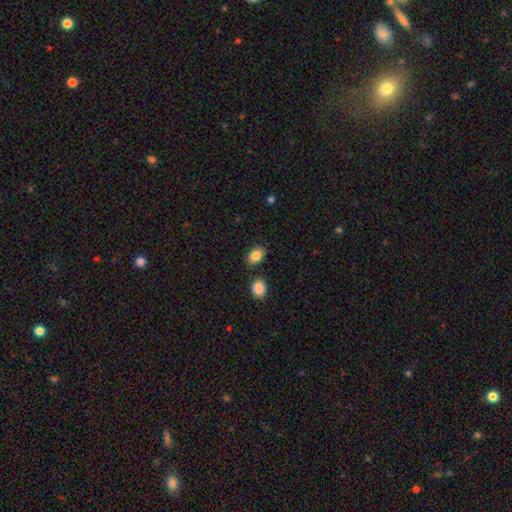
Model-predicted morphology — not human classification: Overall: smooth (86%). How rounded: in between (80%). Merging: none (81%).